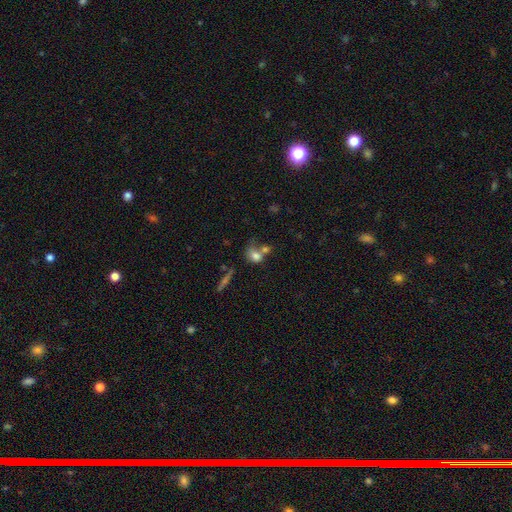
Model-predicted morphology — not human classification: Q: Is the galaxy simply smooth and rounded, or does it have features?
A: smooth — 71%.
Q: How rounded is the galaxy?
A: round — 51%.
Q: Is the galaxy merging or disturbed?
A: merger — 50%.